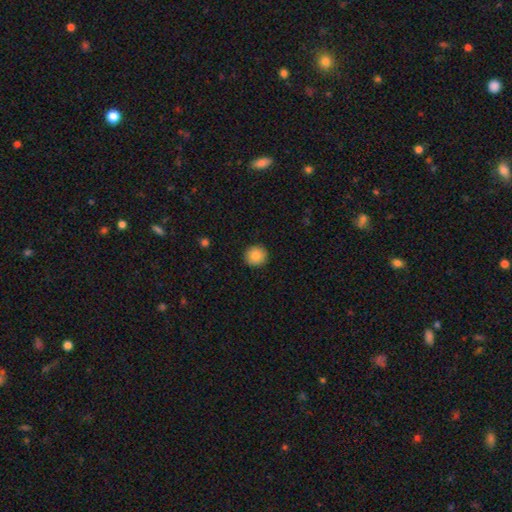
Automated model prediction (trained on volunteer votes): A smooth galaxy with no disk features (87%) that is round (91%). Merging: none (91%).